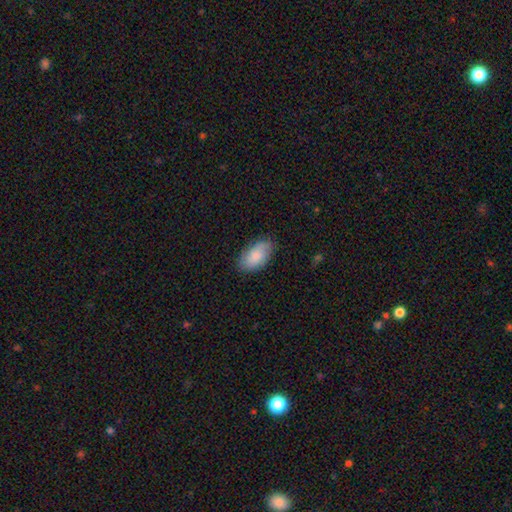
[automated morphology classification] The model was most divided on "merging": none: 79%, minor disturbance: 17%, major disturbance: 3%, merger: 1%. More confident: how rounded — in between (94%); smooth or featured — smooth (83%).